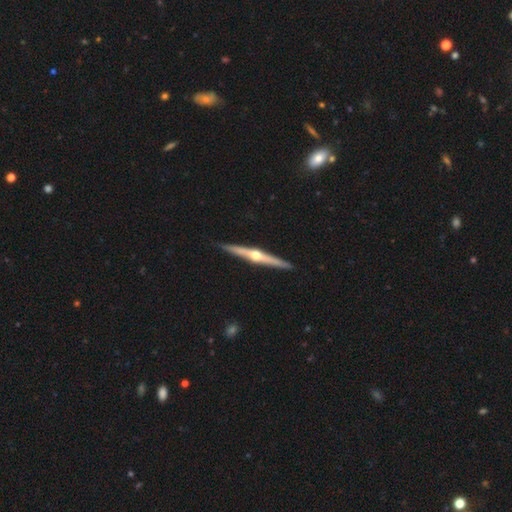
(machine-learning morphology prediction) This is clearly a featured or disk galaxy (83%). It is clearly viewed edge-on (98%). Edge-on bulge: clearly rounded (95%). Merging: clearly none (93%).